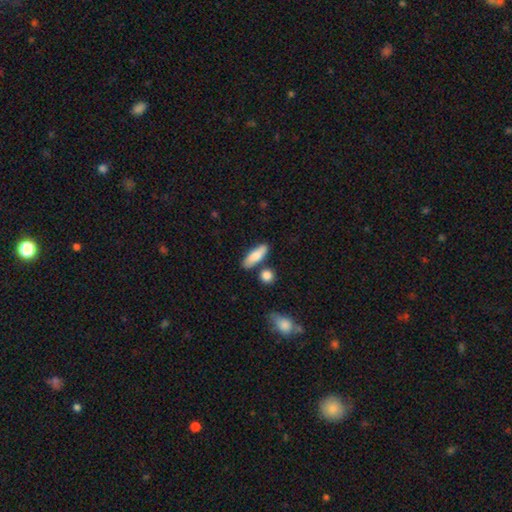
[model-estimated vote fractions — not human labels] A smooth galaxy with no disk features (79%) that is in between round and cigar-shaped (49%).

Vote fractions:
- Smooth or featured? smooth: 79% / featured or disk: 15% / star or artifact: 6%
- How rounded? in between: 49% / cigar-shaped: 48% / round: 3%
- Merging? none: 77% / minor disturbance: 12% / merger: 9% / major disturbance: 3%